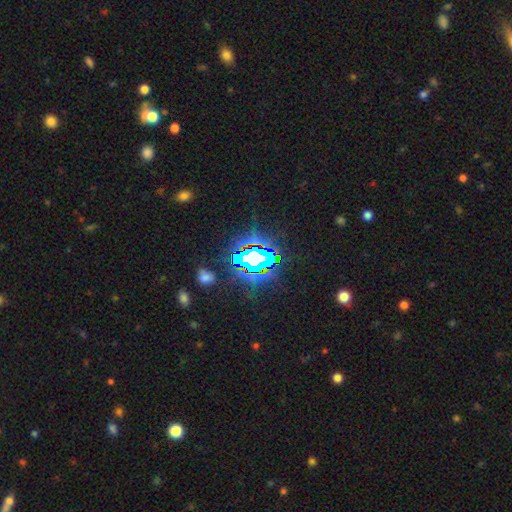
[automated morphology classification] This appears to be a star or artifact, not a galaxy (80%).